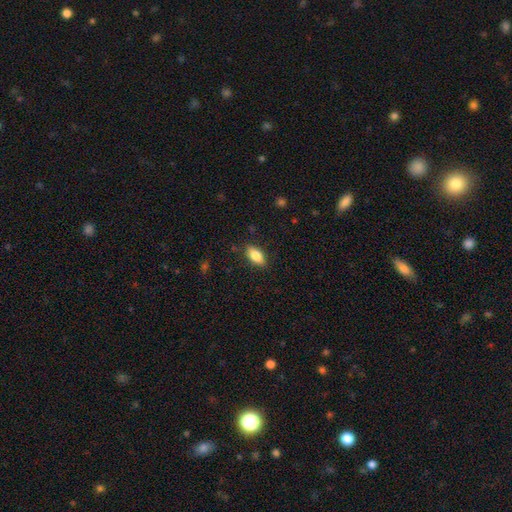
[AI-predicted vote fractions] smooth-or-featured: smooth: 83% | featured or disk: 9% | star or artifact: 7%
  how-rounded: in between: 90% | cigar-shaped: 6% | round: 4%
  merging: none: 86% | minor disturbance: 11% | major disturbance: 2% | merger: 1%